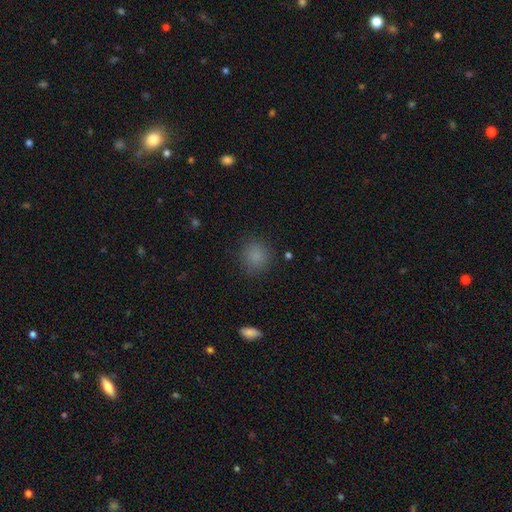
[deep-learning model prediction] Smooth or featured? Predicted: smooth (p=0.83). How rounded? Predicted: round (p=0.88). Merging? Predicted: none (p=0.85).